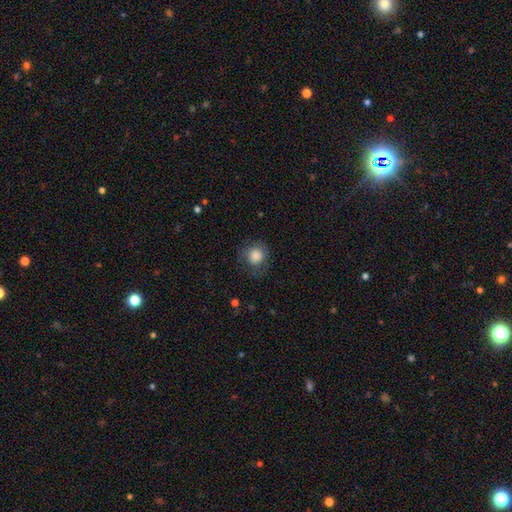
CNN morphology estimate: This is clearly a smooth galaxy (83%). How rounded: clearly round (85%). Merging: likely none (70%).